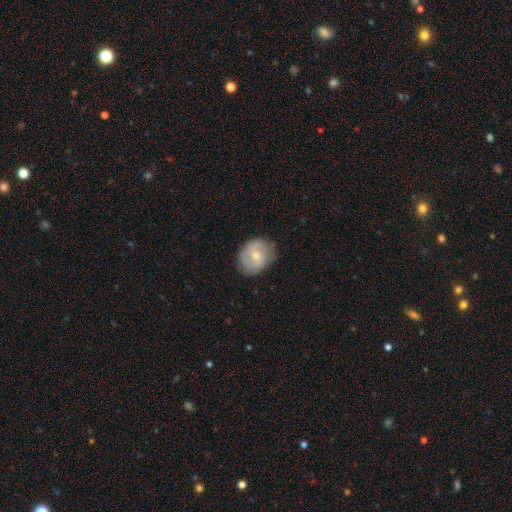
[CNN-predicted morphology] Smooth or featured?
  - featured or disk: 53% *
  - smooth: 41%
  - star or artifact: 7%
Edge-on disk?
  - no: 96% *
  - yes: 4%
Bar?
  - no: 51% *
  - weak: 40%
  - strong: 9%
Spiral arms?
  - yes: 77% *
  - no: 23%
Bulge size?
  - small: 50% *
  - moderate: 46%
  - large: 1%
  - none: 1%
  - dominant: 1%
Merging?
  - none: 75% *
  - minor disturbance: 19%
  - major disturbance: 5%
  - merger: 1%